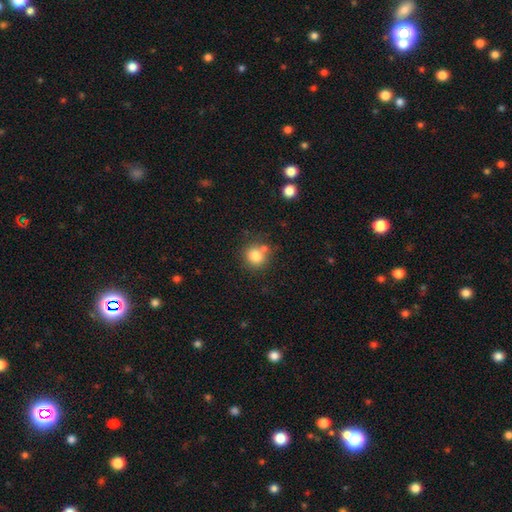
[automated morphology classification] A smooth galaxy with no disk features (82%) that is round (89%). Merging: none (66%).